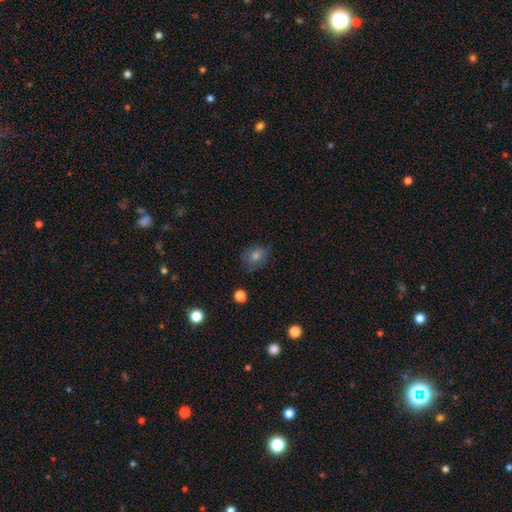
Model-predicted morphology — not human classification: smooth 64%, featured or disk 19%, star or artifact 17%. Down the decision tree: how rounded — round (60%); merging — none (77%).